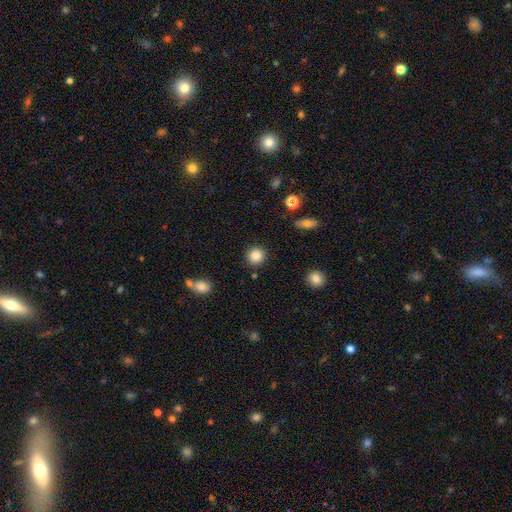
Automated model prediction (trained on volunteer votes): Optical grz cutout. It shows a smooth galaxy with no disk features (86%) that is round (92%). Merging: none (89%).